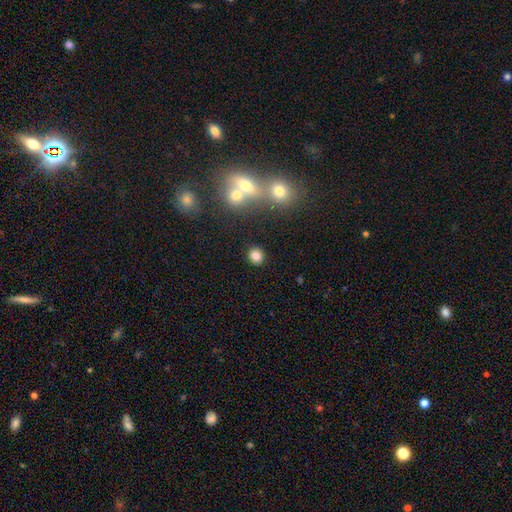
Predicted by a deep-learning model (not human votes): Smooth or featured?
  - smooth: 82% *
  - star or artifact: 12%
  - featured or disk: 6%
How rounded?
  - round: 83% *
  - in between: 16%
  - cigar-shaped: 1%
Merging?
  - none: 87% *
  - minor disturbance: 6%
  - merger: 4%
  - major disturbance: 2%